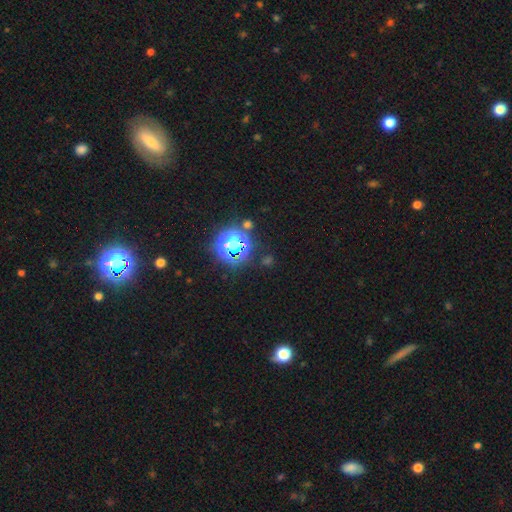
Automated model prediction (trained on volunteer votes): Smooth or featured? star or artifact (74%)